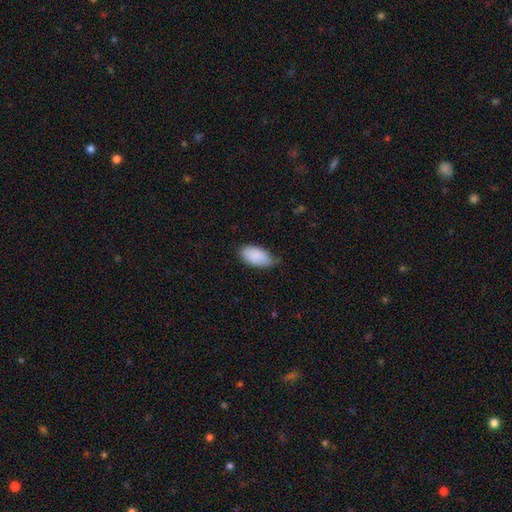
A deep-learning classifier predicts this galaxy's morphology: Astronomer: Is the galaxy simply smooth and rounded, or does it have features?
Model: smooth — 89%.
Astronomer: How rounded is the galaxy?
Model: in between — 95%.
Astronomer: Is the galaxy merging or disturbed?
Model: none — 54% (runner-up: minor disturbance, 38%).